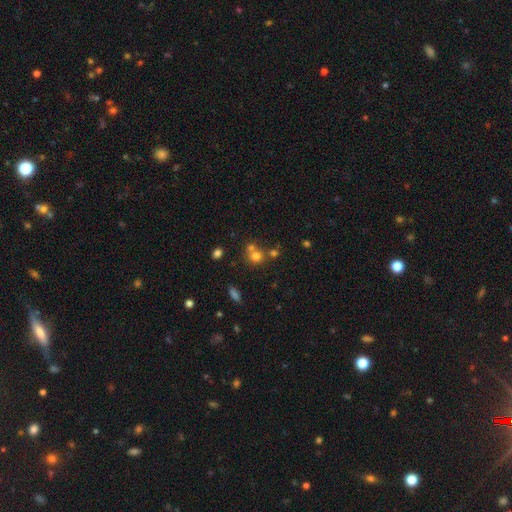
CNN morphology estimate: Overall: smooth (70%). How rounded: round (84%). Merging: none (48%; merger 41%).